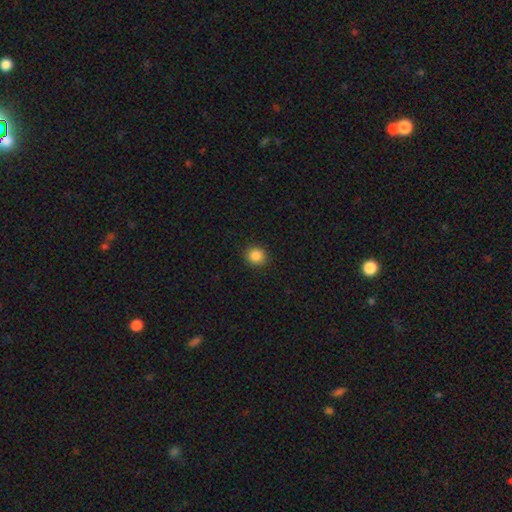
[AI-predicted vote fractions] A smooth galaxy with no disk features (86%) that is round (85%).

Vote fractions:
- Smooth or featured? smooth: 86% / star or artifact: 10% / featured or disk: 4%
- How rounded? round: 85% / in between: 14% / cigar-shaped: 1%
- Merging? none: 90% / minor disturbance: 7% / major disturbance: 2% / merger: 1%